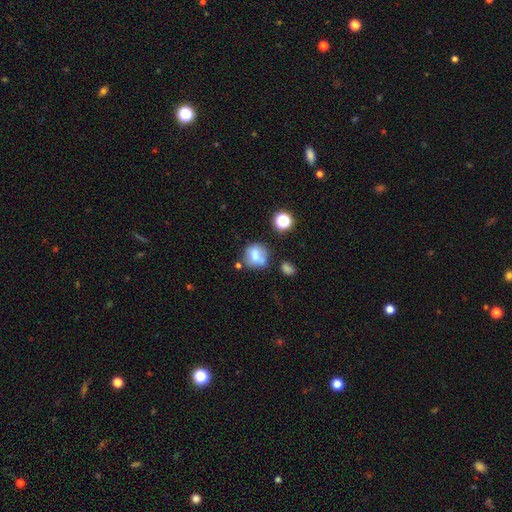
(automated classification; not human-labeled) This is likely a smooth galaxy (68%). How rounded: likely round (77%). Merging: possibly none (56%).